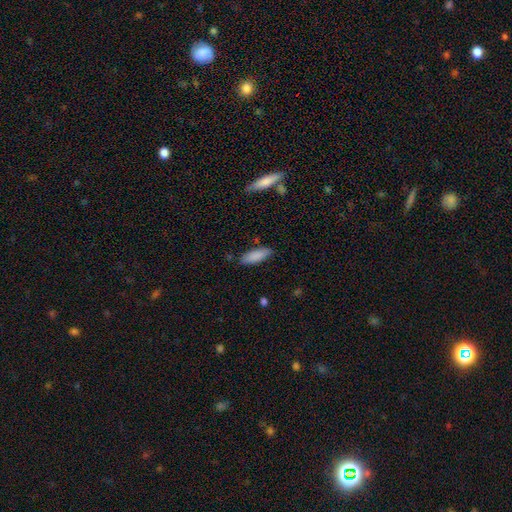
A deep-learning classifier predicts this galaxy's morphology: type=smooth (87%); roundness=in between (65%); merging=none (83%).